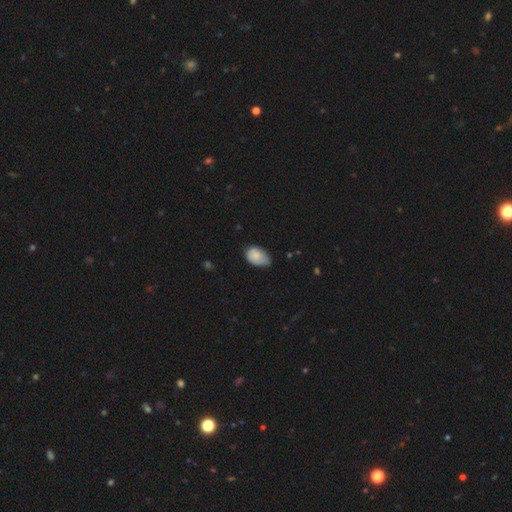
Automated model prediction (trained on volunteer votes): This is likely a smooth galaxy (80%). How rounded: clearly in between (87%). Merging: possibly none (48%).